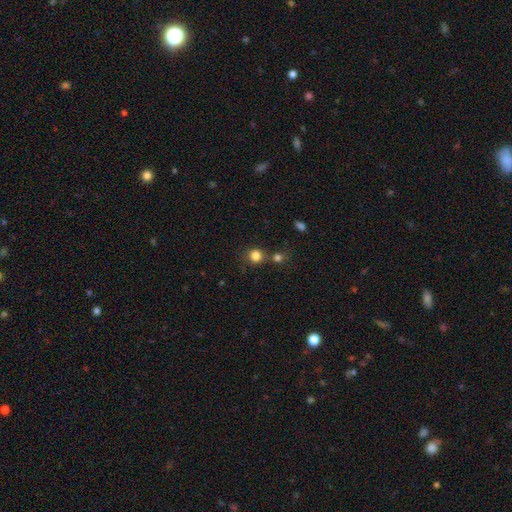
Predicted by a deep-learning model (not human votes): The model was most divided on "merging": none: 66%, merger: 19%, minor disturbance: 10%, major disturbance: 4%. More confident: how rounded — round (88%); smooth or featured — smooth (82%).